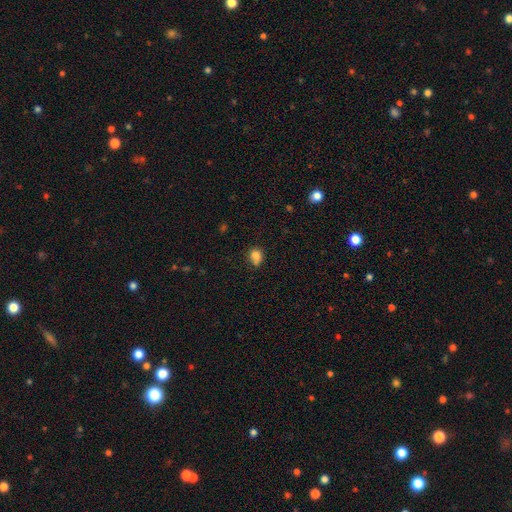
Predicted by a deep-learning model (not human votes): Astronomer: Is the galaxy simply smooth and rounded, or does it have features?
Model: smooth — 80%.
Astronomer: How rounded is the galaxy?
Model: round — 68%.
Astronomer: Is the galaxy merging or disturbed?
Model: none — 54%.